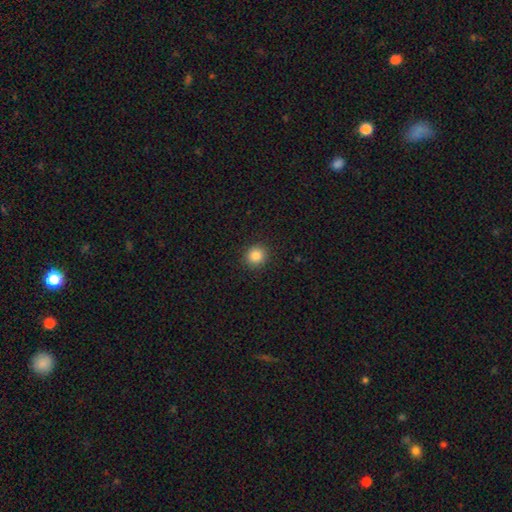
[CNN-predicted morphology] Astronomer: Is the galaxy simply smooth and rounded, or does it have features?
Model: smooth — 85%.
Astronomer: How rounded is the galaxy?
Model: round — 89%.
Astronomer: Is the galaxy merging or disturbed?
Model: none — 92%.